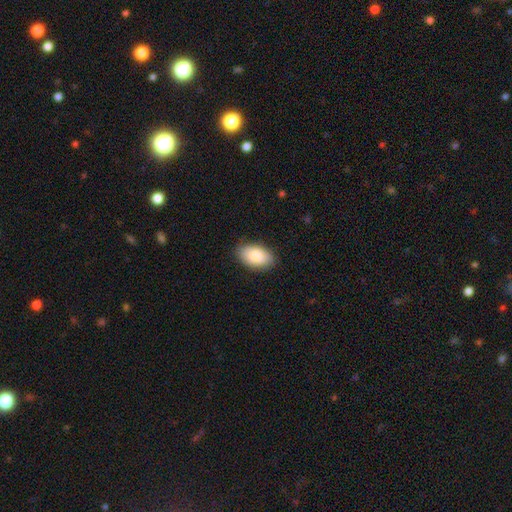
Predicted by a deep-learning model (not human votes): Smooth or featured? Predicted: smooth (p=0.83). How rounded? Predicted: in between (p=0.93). Merging? Predicted: none (p=0.85).